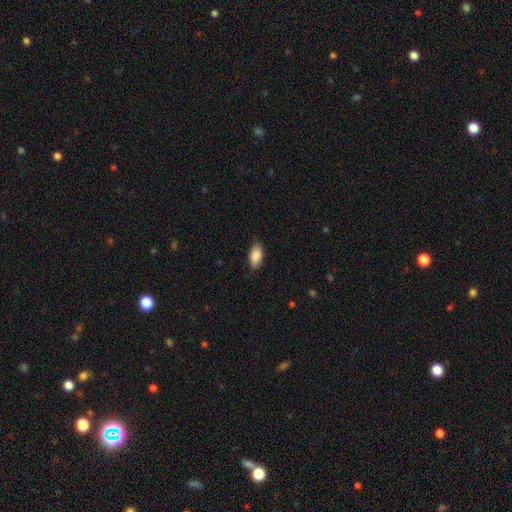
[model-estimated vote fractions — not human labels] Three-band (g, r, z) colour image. It shows a smooth galaxy with no disk features (90%) that is in between round and cigar-shaped (93%). Merging: none (82%).